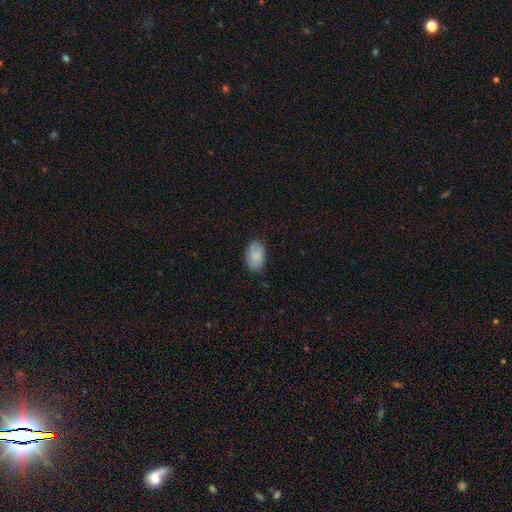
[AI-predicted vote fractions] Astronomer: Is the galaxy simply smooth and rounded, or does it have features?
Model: smooth — 75%.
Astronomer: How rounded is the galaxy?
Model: in between — 88%.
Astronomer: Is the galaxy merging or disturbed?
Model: none — 74%.